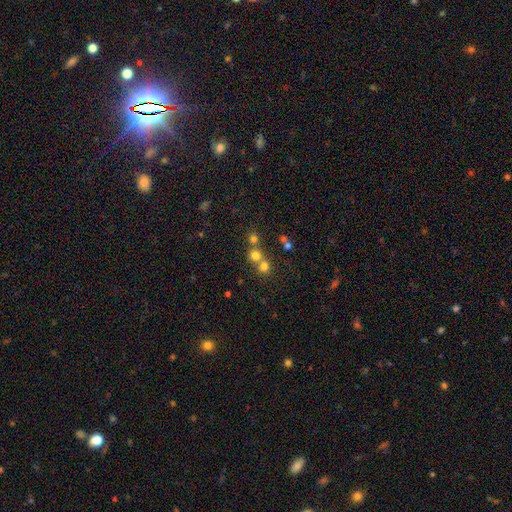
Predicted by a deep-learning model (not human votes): This appears to be a smooth galaxy with no disk features (70%) that is round (88%). Merging: none (49%).